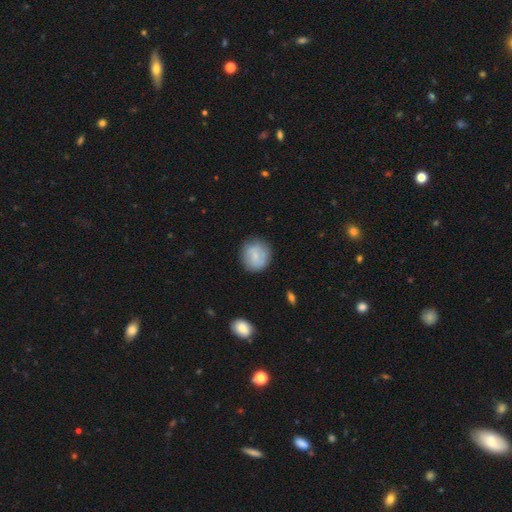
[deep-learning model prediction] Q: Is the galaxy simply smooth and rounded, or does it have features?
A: smooth — 70%.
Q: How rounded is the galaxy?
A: round — 86%.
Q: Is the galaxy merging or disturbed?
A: none — 81%.